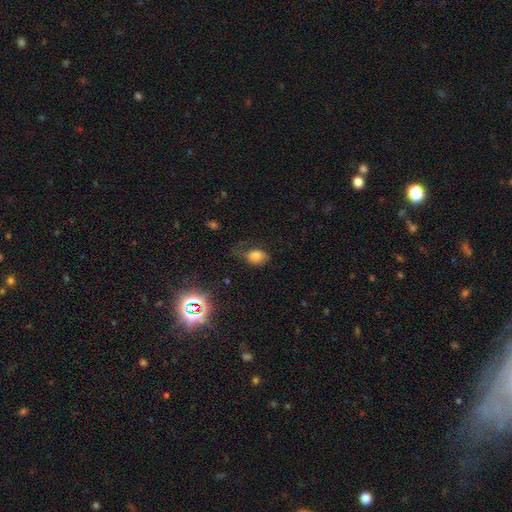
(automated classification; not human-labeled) A smooth galaxy with no disk features (72%) that is in between round and cigar-shaped (71%).

Vote fractions:
- Smooth or featured? smooth: 72% / featured or disk: 15% / star or artifact: 13%
- How rounded? in between: 71% / round: 27% / cigar-shaped: 1%
- Merging? none: 41% / minor disturbance: 28% / major disturbance: 28% / merger: 3%